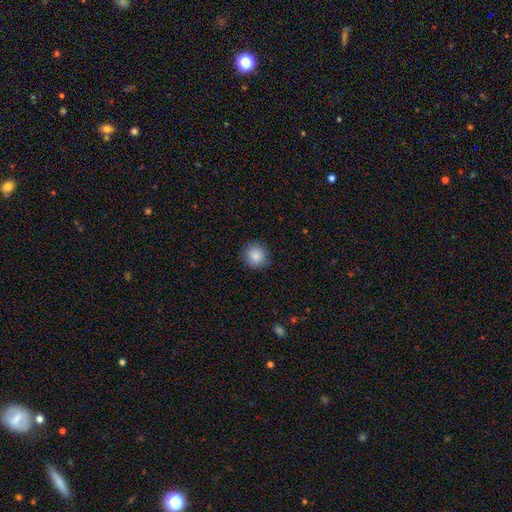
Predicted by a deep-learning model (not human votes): Smooth or featured?
  - smooth: 87% *
  - star or artifact: 9%
  - featured or disk: 4%
How rounded?
  - round: 90% *
  - in between: 9%
  - cigar-shaped: 1%
Merging?
  - none: 87% *
  - minor disturbance: 10%
  - major disturbance: 2%
  - merger: 1%